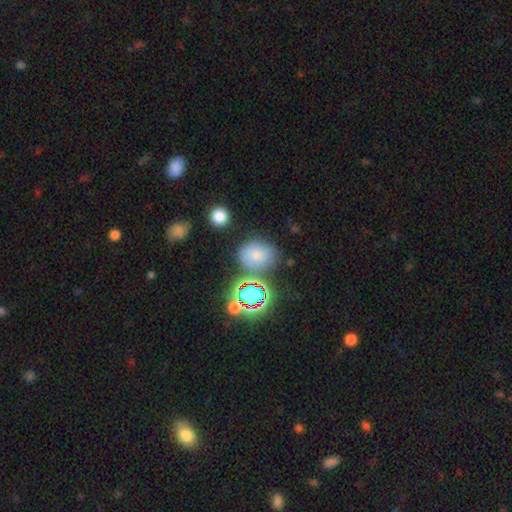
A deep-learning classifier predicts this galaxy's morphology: This is likely a smooth galaxy (68%). How rounded: likely round (65%). Merging: likely none (71%).